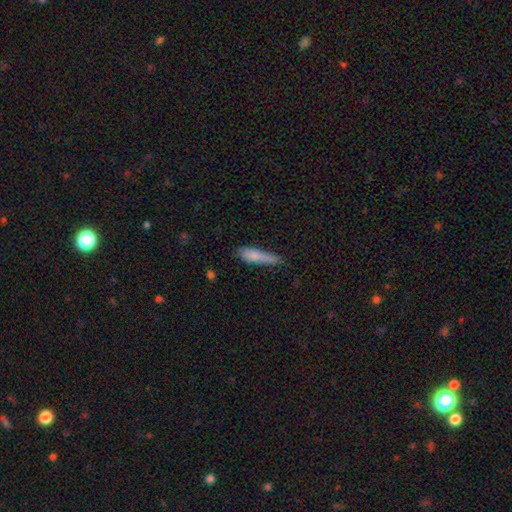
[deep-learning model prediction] Smooth or featured? smooth (79%)
How rounded? cigar-shaped (77%)
Merging? none (52%)